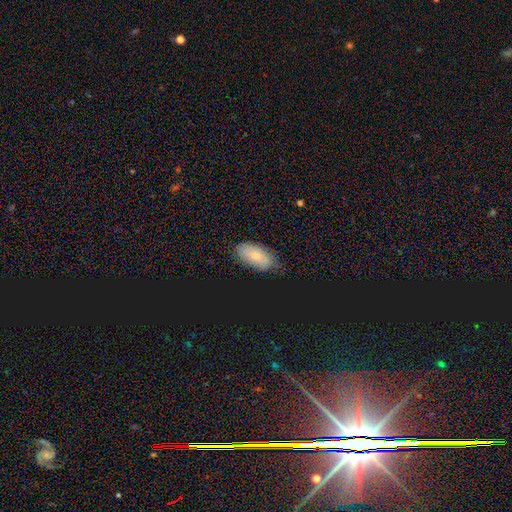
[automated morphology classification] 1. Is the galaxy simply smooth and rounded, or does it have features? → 58% smooth, 25% featured or disk, 18% star or artifact.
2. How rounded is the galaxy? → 92% in between, 4% cigar-shaped, 4% round.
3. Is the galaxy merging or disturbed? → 76% none, 19% minor disturbance, 4% major disturbance, 1% merger.